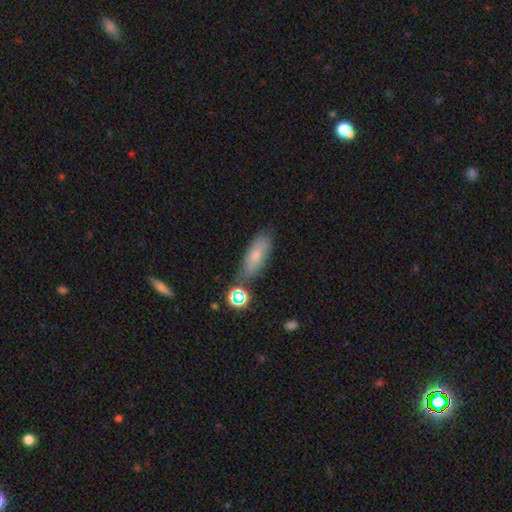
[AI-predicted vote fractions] This appears to be a smooth galaxy with no disk features (68%) that is in between round and cigar-shaped (68%). Merging: none (68%).